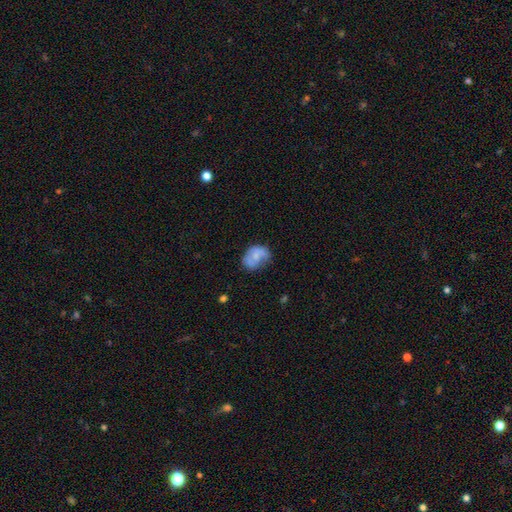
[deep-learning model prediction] smooth 56%, featured or disk 35%, star or artifact 8%. Down the decision tree: how rounded — in between (64%); merging — none (48%).